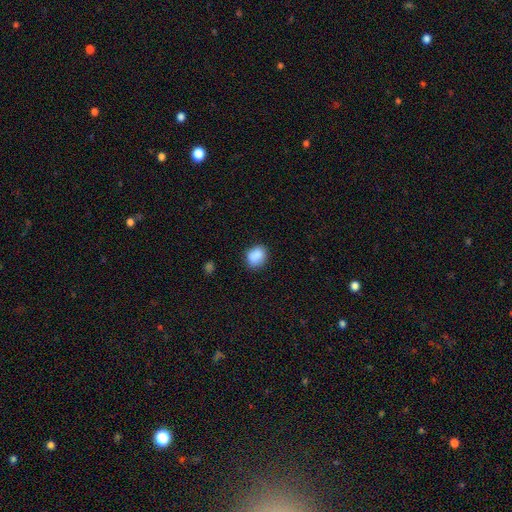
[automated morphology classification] This is clearly a smooth galaxy (88%). How rounded: possibly in between (53%). Merging: likely none (80%).